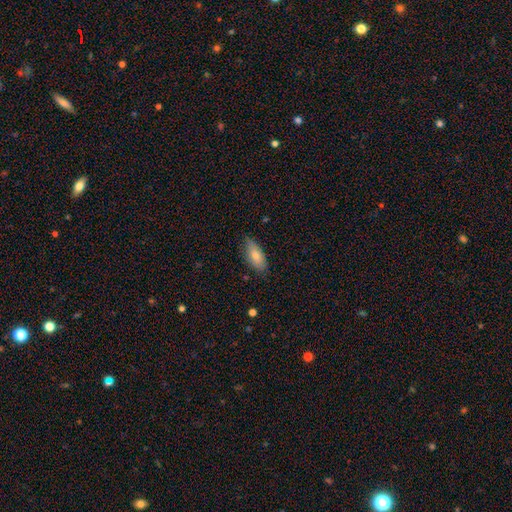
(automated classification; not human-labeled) This appears to be a smooth galaxy with no disk features (77%) that is in between round and cigar-shaped (84%). Merging: none (74%).